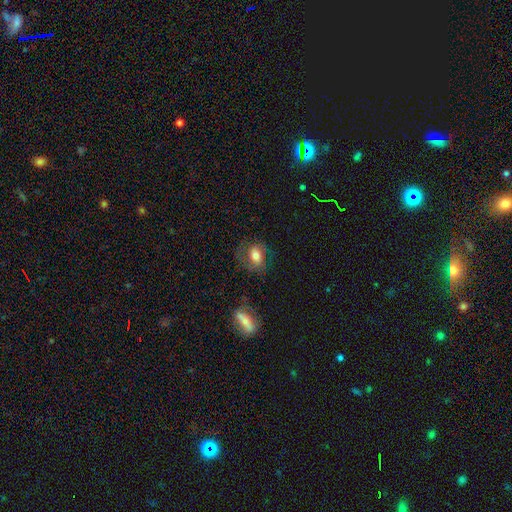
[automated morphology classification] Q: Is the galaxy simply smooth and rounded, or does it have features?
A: smooth — 64%.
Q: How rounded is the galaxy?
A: in between — 63%.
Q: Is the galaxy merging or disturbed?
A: none — 65%.